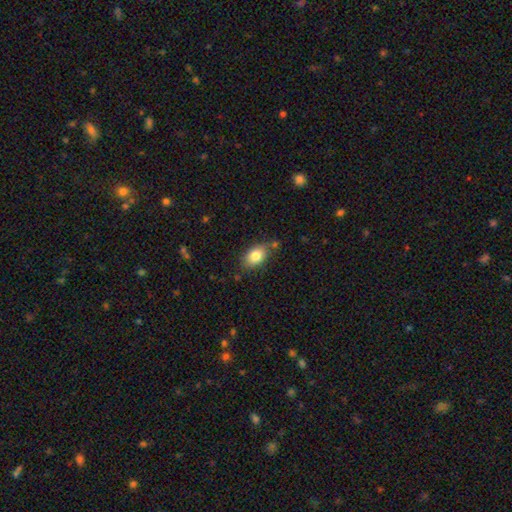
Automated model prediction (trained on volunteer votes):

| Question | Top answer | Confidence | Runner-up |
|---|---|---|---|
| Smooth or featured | smooth | 82% | featured or disk (10%) |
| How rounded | in between | 84% | round (14%) |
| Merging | none | 73% | minor disturbance (18%) |